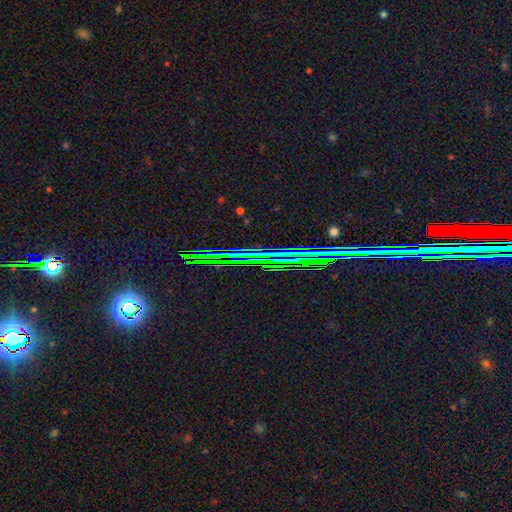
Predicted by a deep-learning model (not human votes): Smooth or featured? Predicted: star or artifact (p=0.81).